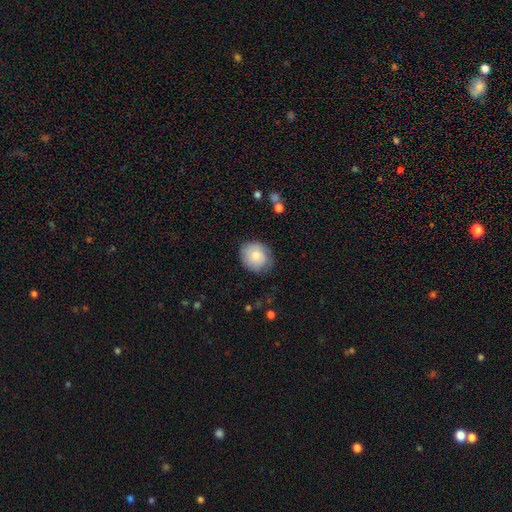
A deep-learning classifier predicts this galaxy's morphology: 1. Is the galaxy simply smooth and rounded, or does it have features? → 77% smooth, 15% featured or disk, 7% star or artifact.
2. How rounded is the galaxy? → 75% round, 24% in between, 1% cigar-shaped.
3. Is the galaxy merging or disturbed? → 76% none, 18% minor disturbance, 4% major disturbance, 1% merger.